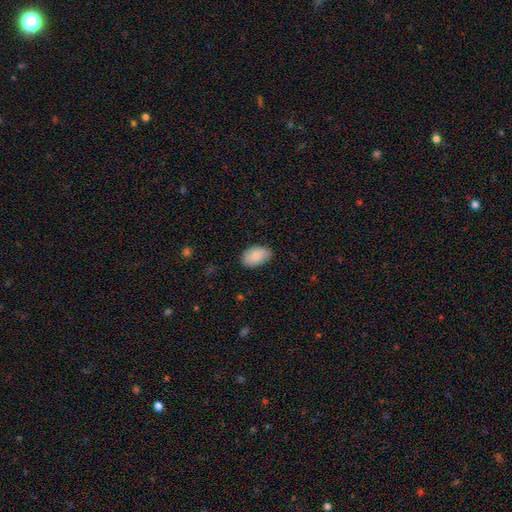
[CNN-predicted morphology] type=smooth (84%); roundness=in between (92%); merging=none (81%).